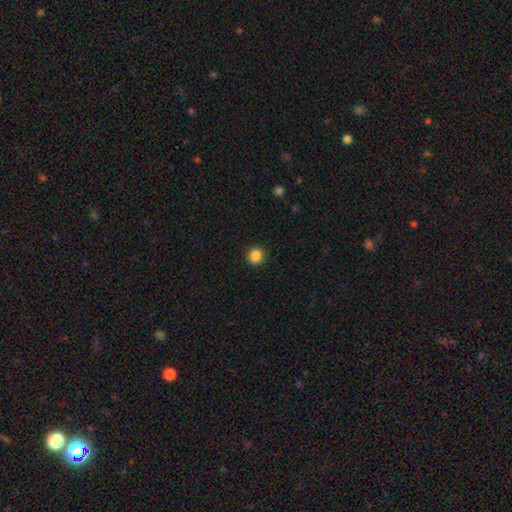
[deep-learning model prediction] A smooth galaxy with no disk features (86%) that is round (94%). Merging: none (92%).